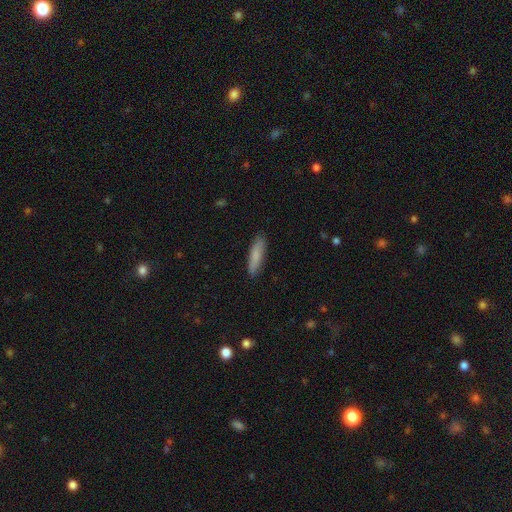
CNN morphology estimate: This appears to be a smooth galaxy with no disk features (81%) that is cigar-shaped (77%). Merging: none (87%).